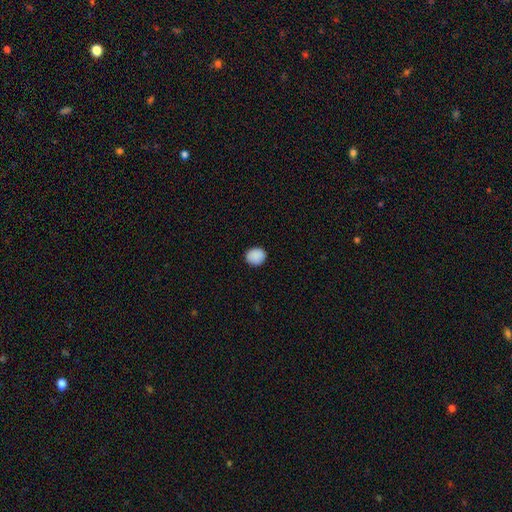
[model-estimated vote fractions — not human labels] smooth_or_featured: smooth (p=0.89) [alt: star or artifact p=0.08]
how_rounded: round (p=0.77) [alt: in between p=0.22]
merging: none (p=0.89) [alt: minor disturbance p=0.08]